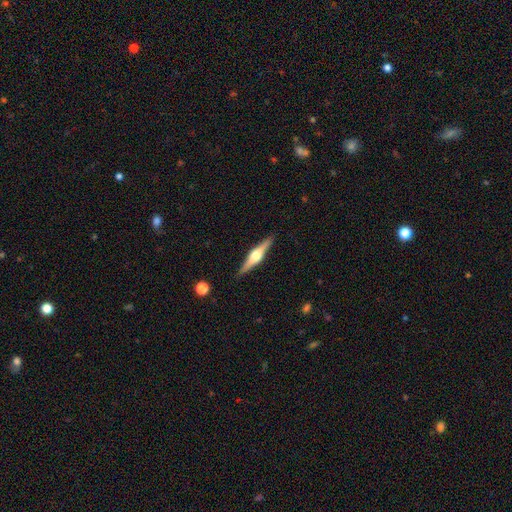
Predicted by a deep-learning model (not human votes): featured or disk 77%, smooth 18%, star or artifact 5%. Down the decision tree: edge-on disk — yes (98%); edge-on bulge — rounded (93%); merging — none (90%).